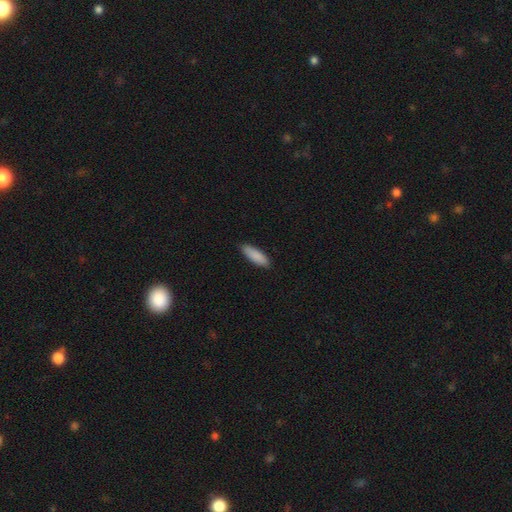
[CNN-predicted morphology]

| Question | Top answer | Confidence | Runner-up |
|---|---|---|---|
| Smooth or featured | smooth | 89% | star or artifact (6%) |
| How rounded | in between | 52% | cigar-shaped (47%) |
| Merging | none | 87% | minor disturbance (10%) |